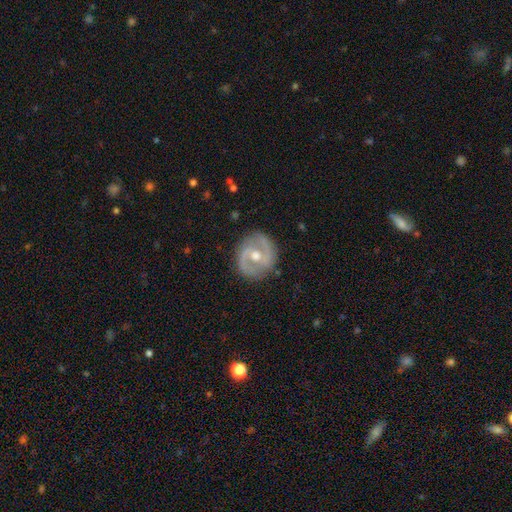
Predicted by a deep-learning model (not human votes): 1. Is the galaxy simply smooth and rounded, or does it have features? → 84% featured or disk, 11% smooth, 5% star or artifact.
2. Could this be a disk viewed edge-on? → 98% no, 2% yes.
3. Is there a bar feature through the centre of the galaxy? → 46% weak, 36% no, 18% strong.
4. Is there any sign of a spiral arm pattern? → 91% yes, 9% no.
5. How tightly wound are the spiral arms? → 50% medium, 31% tight, 18% loose.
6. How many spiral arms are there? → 90% 2, 4% can't tell, 2% 1, 1% 3, 1% 4, 1% more than 4.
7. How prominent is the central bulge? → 75% moderate, 18% small, 4% large, 1% none, 1% dominant.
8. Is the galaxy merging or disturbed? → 85% none, 10% minor disturbance, 3% major disturbance, 1% merger.